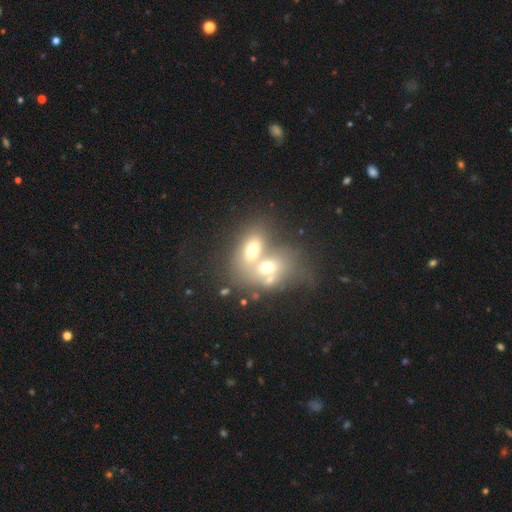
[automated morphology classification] This is possibly a smooth galaxy (52%). How rounded: likely in between (64%). Merging: likely merger (79%).